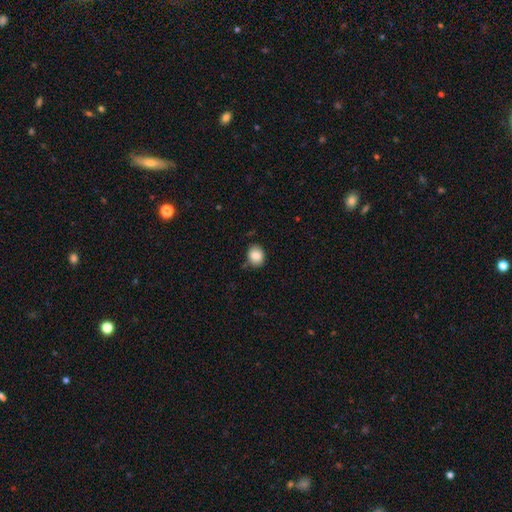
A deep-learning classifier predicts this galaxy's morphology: smooth 86%, star or artifact 9%, featured or disk 6%. Down the decision tree: how rounded — round (54%); merging — none (79%).